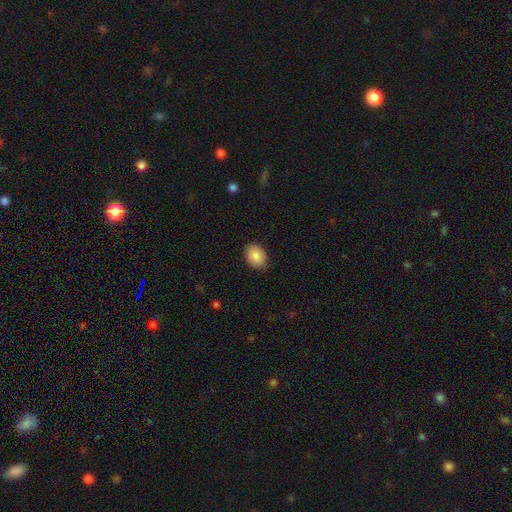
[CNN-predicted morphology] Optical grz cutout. It shows a smooth galaxy with no disk features (87%) that is in between round and cigar-shaped (71%). Merging: none (86%).